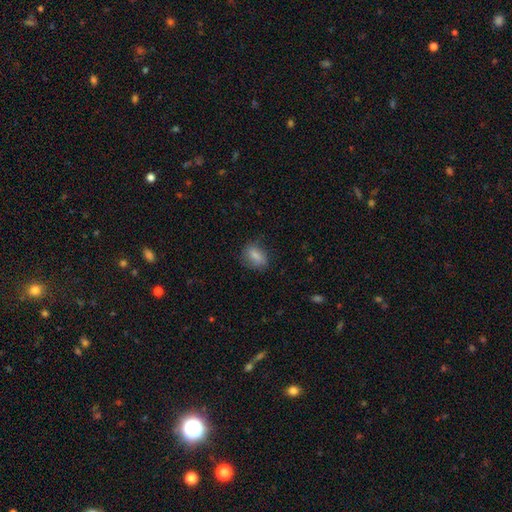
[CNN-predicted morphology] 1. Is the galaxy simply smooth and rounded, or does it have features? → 79% smooth, 12% featured or disk, 8% star or artifact.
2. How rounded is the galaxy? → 76% in between, 21% round, 3% cigar-shaped.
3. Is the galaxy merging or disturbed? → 69% none, 23% minor disturbance, 7% major disturbance, 1% merger.